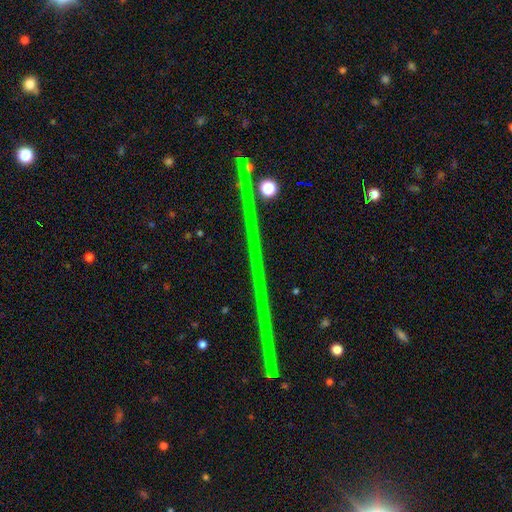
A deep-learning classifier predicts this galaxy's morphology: Overall: star or artifact (78%).